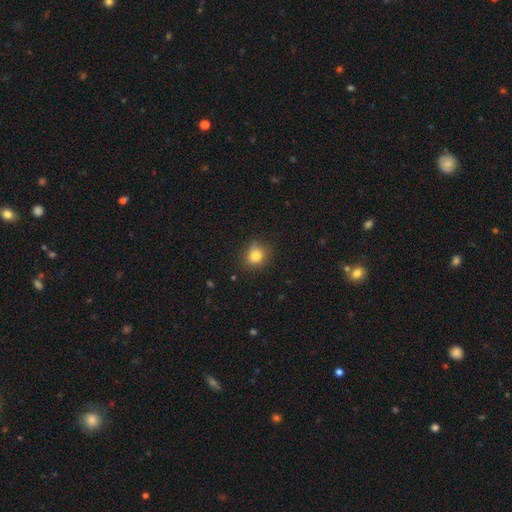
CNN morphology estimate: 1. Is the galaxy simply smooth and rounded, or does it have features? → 81% smooth, 12% star or artifact, 8% featured or disk.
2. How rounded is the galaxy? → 78% round, 21% in between, 1% cigar-shaped.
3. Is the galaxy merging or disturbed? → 75% none, 19% minor disturbance, 4% major disturbance, 2% merger.